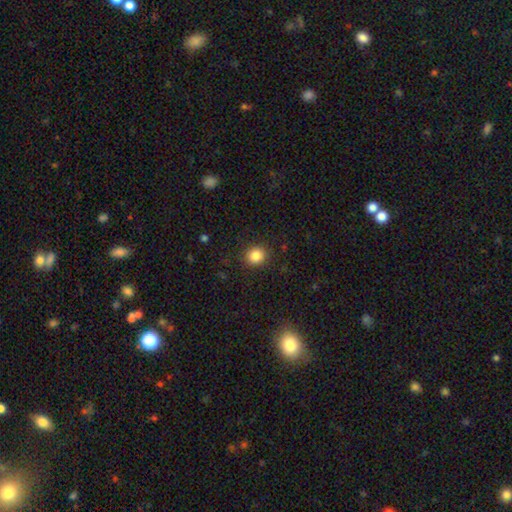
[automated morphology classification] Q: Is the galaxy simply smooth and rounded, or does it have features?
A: smooth — 85%.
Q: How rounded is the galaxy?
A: round — 81%.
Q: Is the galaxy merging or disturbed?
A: none — 89%.